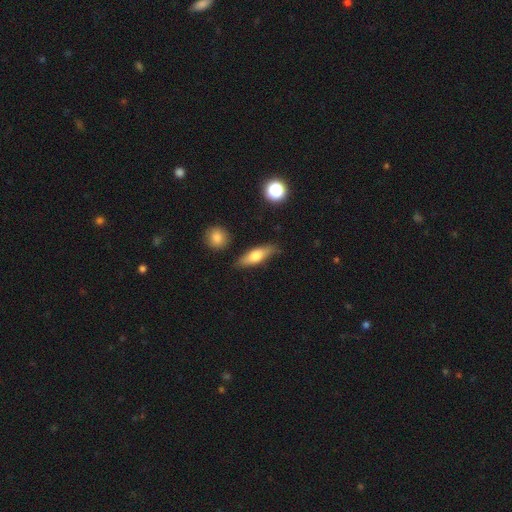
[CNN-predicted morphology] smooth-or-featured: smooth: 62% | featured or disk: 31% | star or artifact: 7%
  how-rounded: in between: 51% | cigar-shaped: 45% | round: 4%
  merging: none: 79% | minor disturbance: 15% | major disturbance: 3% | merger: 3%